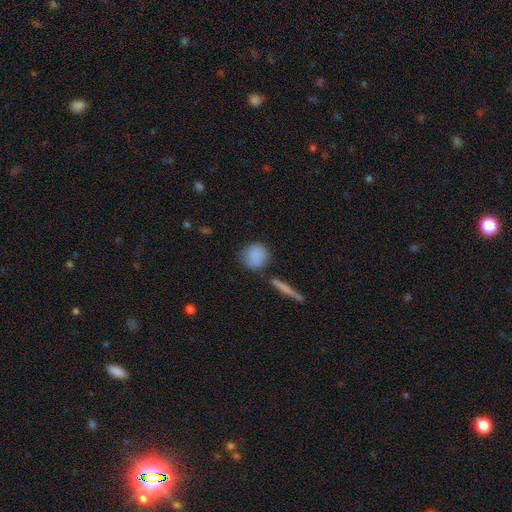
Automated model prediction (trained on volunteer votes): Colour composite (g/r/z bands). It shows a smooth galaxy with no disk features (85%) that is round (83%). Merging: none (74%).